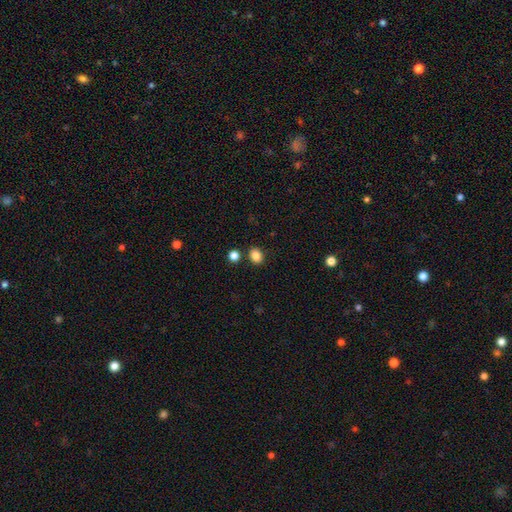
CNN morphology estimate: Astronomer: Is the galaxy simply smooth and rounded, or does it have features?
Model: smooth — 85%.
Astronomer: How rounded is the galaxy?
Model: round — 55% (runner-up: in between, 44%).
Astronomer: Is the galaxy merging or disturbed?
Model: none — 84%.